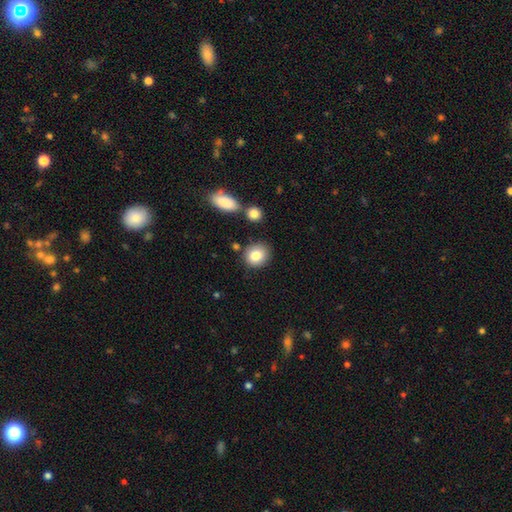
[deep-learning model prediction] Smooth or featured? smooth (82%)
How rounded? round (76%)
Merging? none (80%)